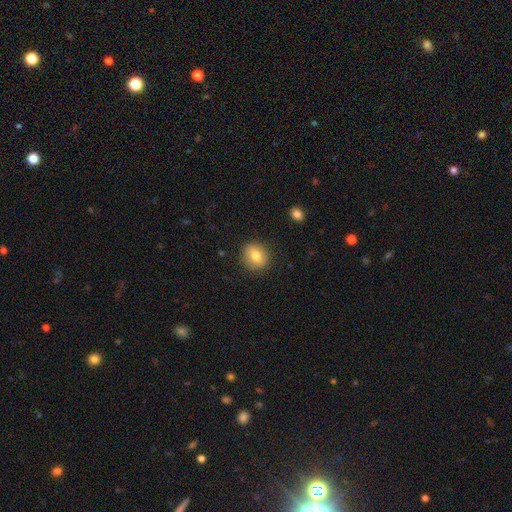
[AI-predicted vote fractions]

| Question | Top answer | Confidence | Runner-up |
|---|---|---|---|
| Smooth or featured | smooth | 71% | featured or disk (21%) |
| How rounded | round | 83% | in between (16%) |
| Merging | none | 88% | minor disturbance (9%) |